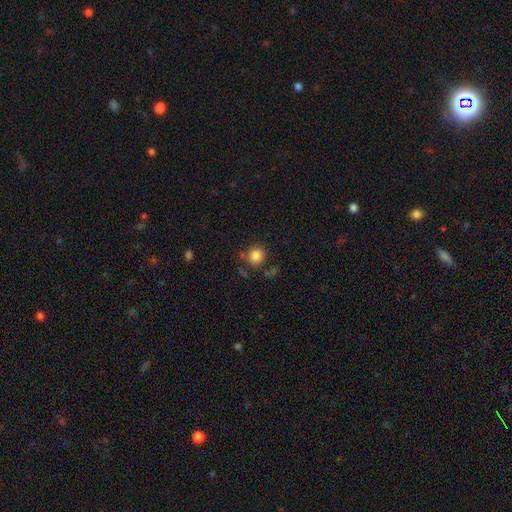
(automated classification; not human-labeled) Overall: smooth (84%). How rounded: round (90%). Merging: none (79%).